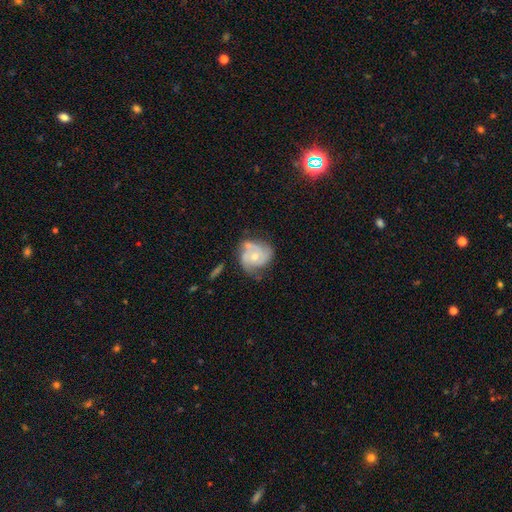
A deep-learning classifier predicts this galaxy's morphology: Smooth or featured? Predicted: featured or disk (p=0.71). Edge-on disk? Predicted: no (p=0.98). Bar? Predicted: no (p=0.78). Spiral arms? Predicted: yes (p=0.85). Spiral winding? Predicted: tight (p=0.47). Spiral arm count? Predicted: 2 (p=0.36). Bulge size? Predicted: moderate (p=0.56). Merging? Predicted: none (p=0.45).